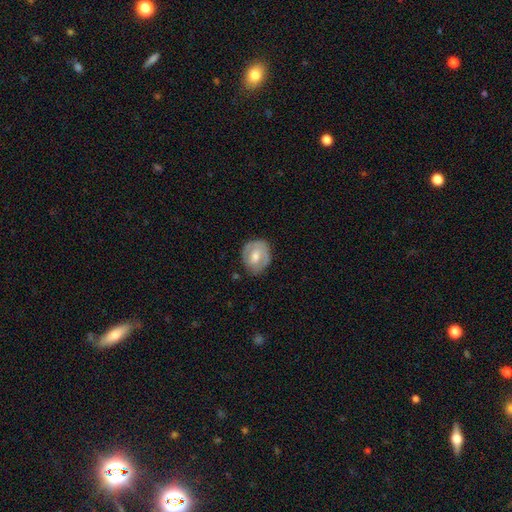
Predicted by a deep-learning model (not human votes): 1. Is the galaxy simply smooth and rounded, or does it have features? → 52% featured or disk, 42% smooth, 7% star or artifact.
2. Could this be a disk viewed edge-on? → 96% no, 4% yes.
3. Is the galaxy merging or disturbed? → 75% none, 19% minor disturbance, 5% major disturbance, 2% merger.